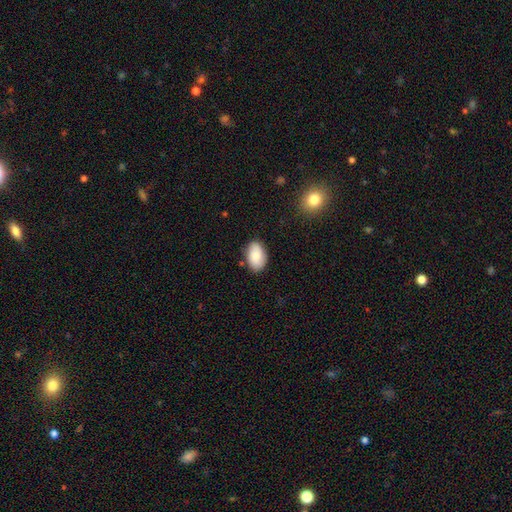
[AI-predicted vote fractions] Smooth or featured: smooth — 83% (featured or disk — 10%)
How rounded: in between — 91% (round — 8%)
Merging: none — 81% (minor disturbance — 14%)